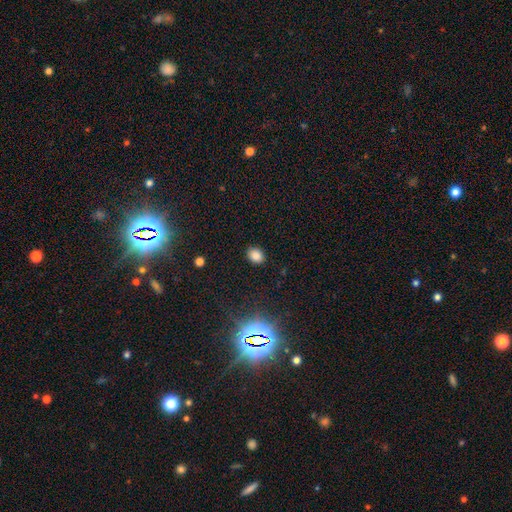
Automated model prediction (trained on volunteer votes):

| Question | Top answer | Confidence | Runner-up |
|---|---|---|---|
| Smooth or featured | smooth | 83% | star or artifact (13%) |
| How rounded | in between | 54% | round (44%) |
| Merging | none | 88% | minor disturbance (9%) |